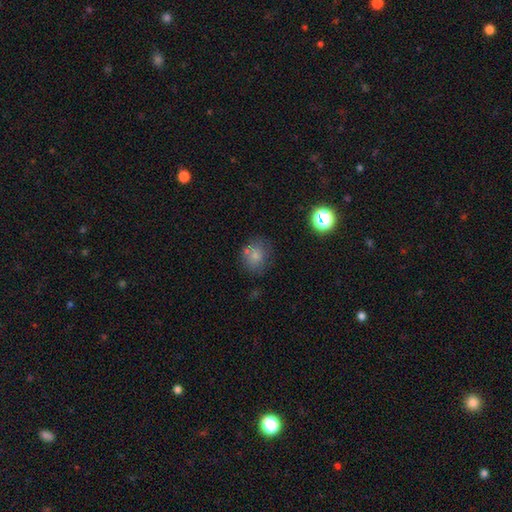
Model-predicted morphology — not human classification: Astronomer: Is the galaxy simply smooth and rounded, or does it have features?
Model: smooth — 76%.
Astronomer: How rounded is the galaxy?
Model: round — 67%.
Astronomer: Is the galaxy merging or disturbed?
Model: none — 63%.